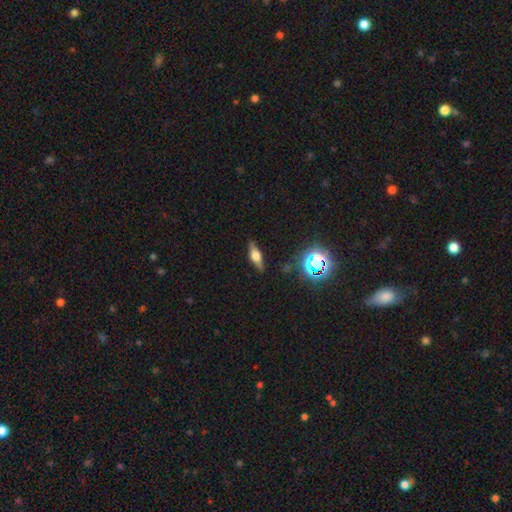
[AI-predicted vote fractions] A featured or disk galaxy (52%) viewed edge-on (91%).

Vote fractions:
- Smooth or featured? featured or disk: 52% / smooth: 36% / star or artifact: 12%
- Edge-on disk? yes: 91% / no: 9%
- Merging? none: 84% / minor disturbance: 11% / major disturbance: 3% / merger: 1%